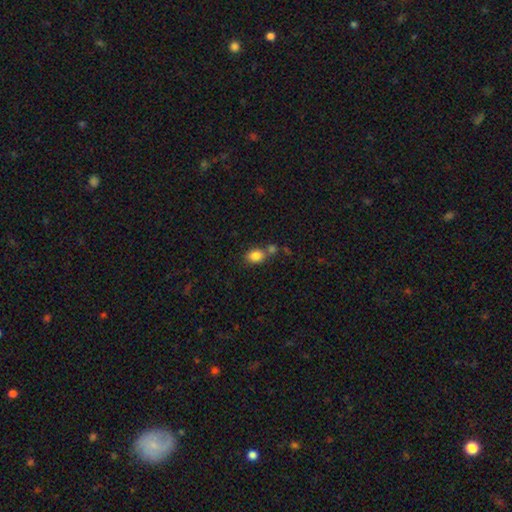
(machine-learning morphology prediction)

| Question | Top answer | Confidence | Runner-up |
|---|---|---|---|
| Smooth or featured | smooth | 84% | star or artifact (9%) |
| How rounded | in between | 69% | round (30%) |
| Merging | none | 57% | merger (27%) |